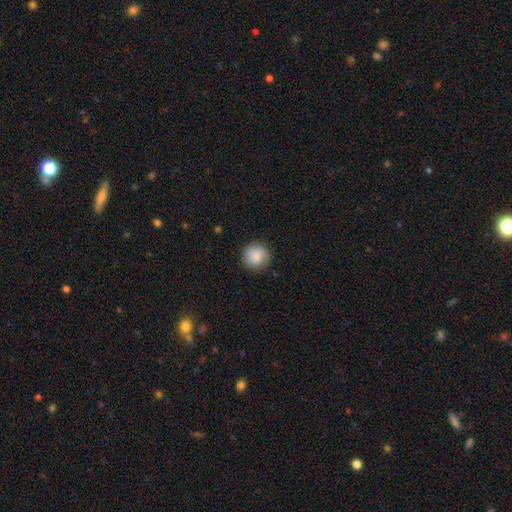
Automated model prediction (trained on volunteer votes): smooth 84%, featured or disk 9%, star or artifact 7%. Down the decision tree: how rounded — round (93%); merging — none (86%).